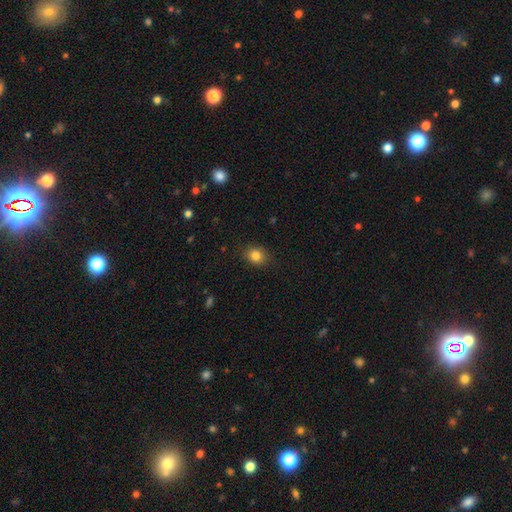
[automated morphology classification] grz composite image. It shows a smooth galaxy with no disk features (83%) that is round (66%). Merging: none (87%).